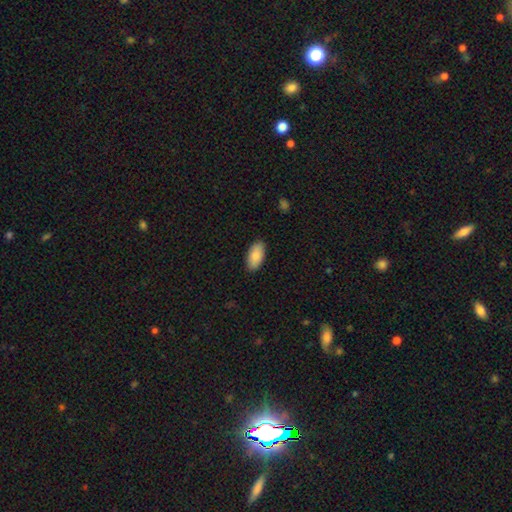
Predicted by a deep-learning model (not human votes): A smooth galaxy with no disk features (86%) that is in between round and cigar-shaped (93%). Merging: none (88%).